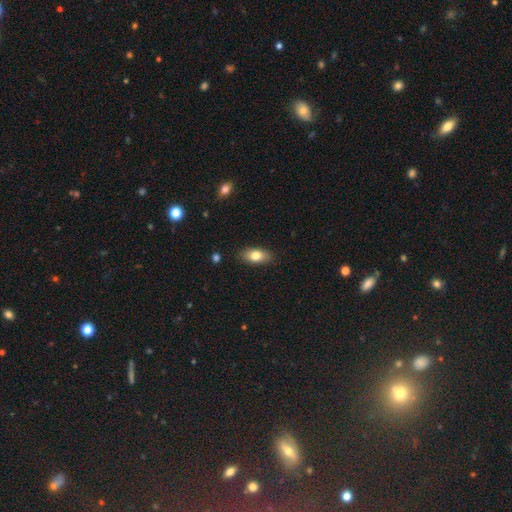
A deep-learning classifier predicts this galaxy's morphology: Smooth or featured? smooth (80%)
How rounded? in between (87%)
Merging? none (87%)